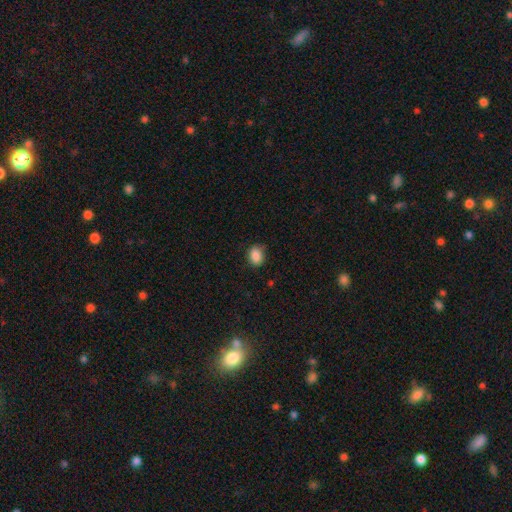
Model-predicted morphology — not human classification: smooth_or_featured: smooth (p=0.88) [alt: star or artifact p=0.09]
how_rounded: in between (p=0.62) [alt: round p=0.37]
merging: none (p=0.80) [alt: minor disturbance p=0.16]